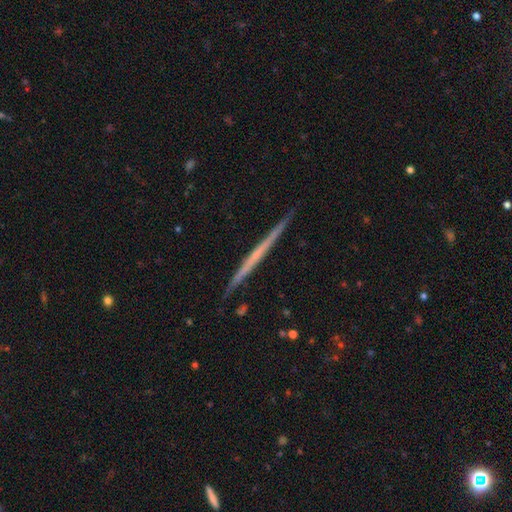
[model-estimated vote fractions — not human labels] smooth_or_featured: featured or disk (p=0.66) [alt: smooth p=0.28]
disk_edge_on: yes (p=0.98) [alt: no p=0.02]
edge_on_bulge: none (p=0.87) [alt: rounded p=0.10]
merging: none (p=0.91) [alt: minor disturbance p=0.06]